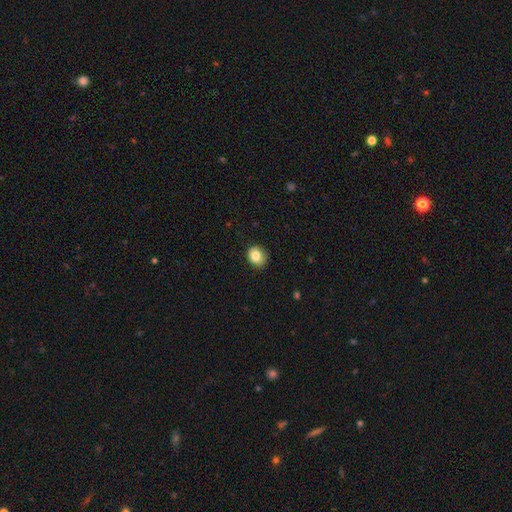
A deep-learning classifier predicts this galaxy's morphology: Overall: smooth (83%). How rounded: round (67%; in between 32%). Merging: none (82%).